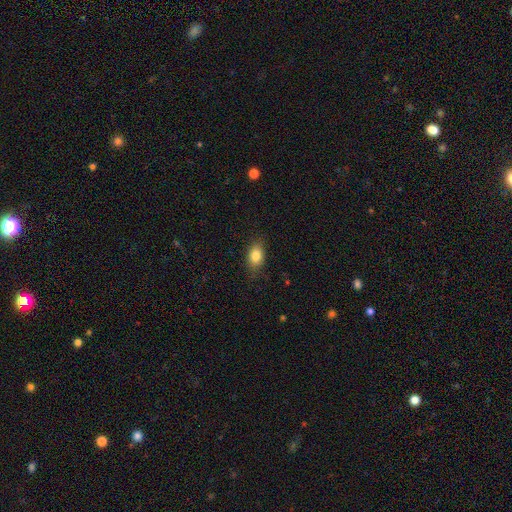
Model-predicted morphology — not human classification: The model was most divided on "merging": none: 81%, minor disturbance: 15%, major disturbance: 3%, merger: 1%. More confident: smooth or featured — smooth (82%); how rounded — in between (82%).